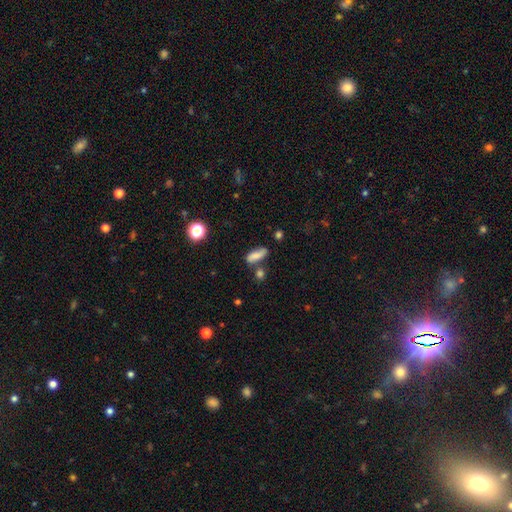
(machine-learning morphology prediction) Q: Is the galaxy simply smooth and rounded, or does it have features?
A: smooth — 74%.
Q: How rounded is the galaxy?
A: in between — 59%.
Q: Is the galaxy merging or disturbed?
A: none — 61%.